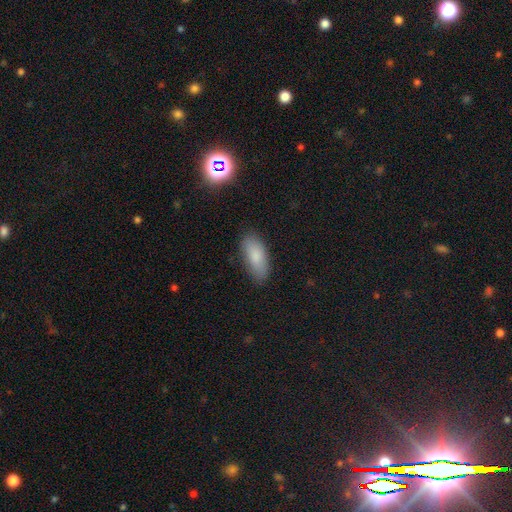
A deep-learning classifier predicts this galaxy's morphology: type=smooth (83%); roundness=in between (80%); merging=none (82%).